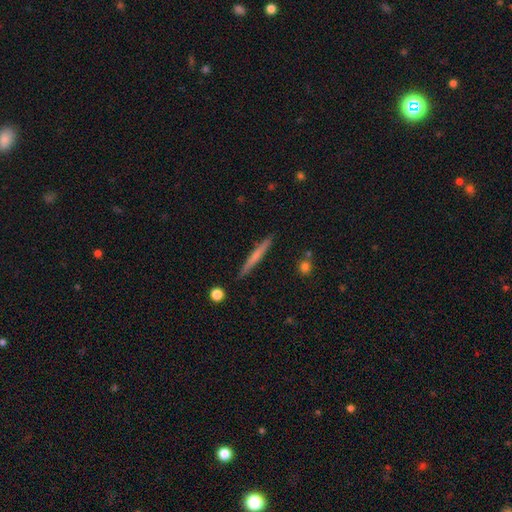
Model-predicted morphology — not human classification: Smooth or featured: smooth — 53% (featured or disk — 41%)
How rounded: cigar-shaped — 96% (in between — 2%)
Merging: none — 90% (minor disturbance — 7%)